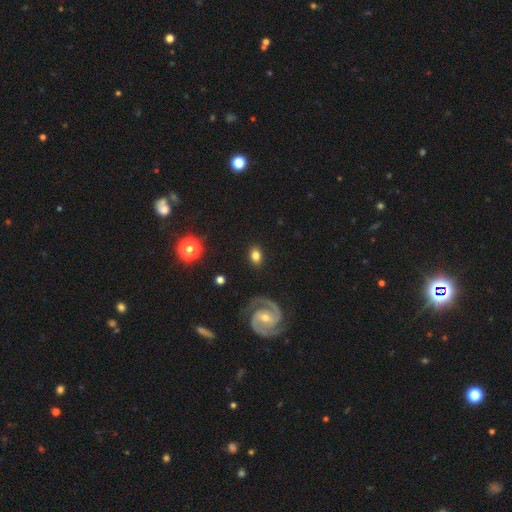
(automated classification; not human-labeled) The model was most divided on "how rounded": in between: 69%, round: 29%, cigar-shaped: 2%. More confident: merging — none (85%); smooth or featured — smooth (66%).